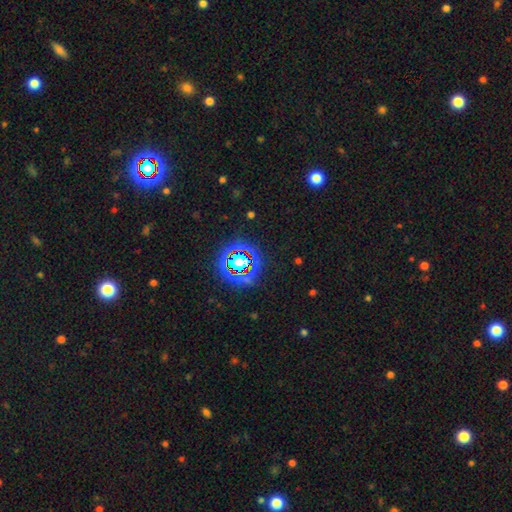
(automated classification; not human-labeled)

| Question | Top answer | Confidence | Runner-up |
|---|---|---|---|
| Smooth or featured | star or artifact | 77% | smooth (15%) |